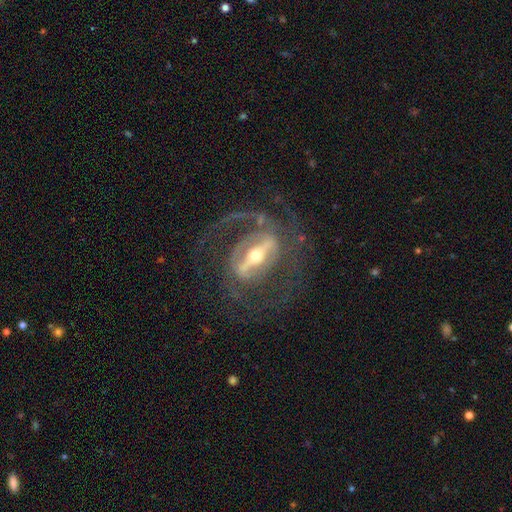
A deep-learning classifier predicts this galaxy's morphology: Smooth or featured? Predicted: featured or disk (p=0.89). Edge-on disk? Predicted: no (p=0.86). Bar? Predicted: strong (p=0.80). Spiral arms? Predicted: yes (p=0.79). Spiral winding? Predicted: medium (p=0.46). Spiral arm count? Predicted: 2 (p=0.70). Bulge size? Predicted: moderate (p=0.61). Merging? Predicted: none (p=0.64).